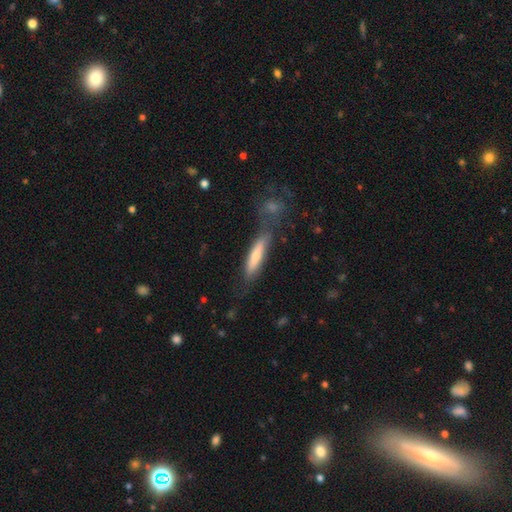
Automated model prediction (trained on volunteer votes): Smooth or featured: smooth — 68% (featured or disk — 26%)
How rounded: cigar-shaped — 83% (in between — 16%)
Merging: none — 63% (minor disturbance — 18%)